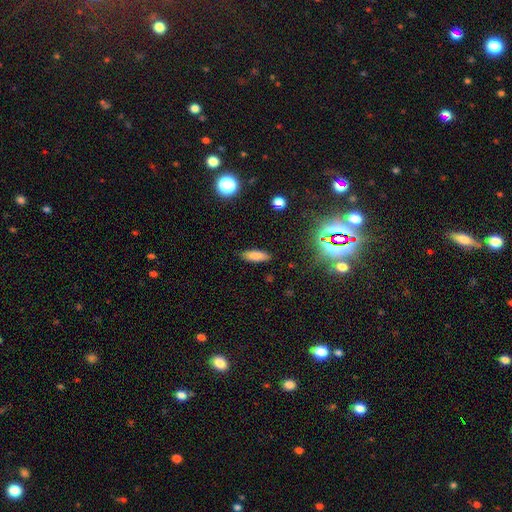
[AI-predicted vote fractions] A smooth galaxy with no disk features (81%) that is in between round and cigar-shaped (61%). Merging: none (87%).